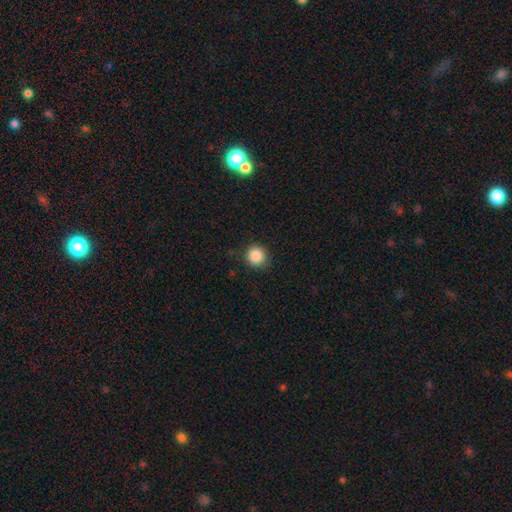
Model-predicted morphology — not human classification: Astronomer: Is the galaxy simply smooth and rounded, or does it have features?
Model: smooth — 87%.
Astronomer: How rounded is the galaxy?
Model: round — 91%.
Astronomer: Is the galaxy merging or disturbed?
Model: none — 85%.